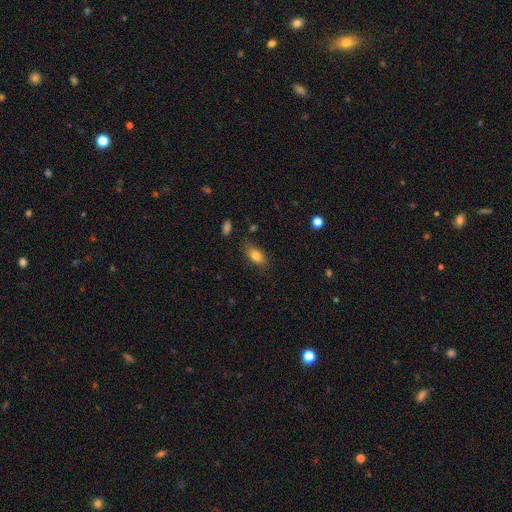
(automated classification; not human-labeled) smooth 80%, featured or disk 11%, star or artifact 9%. Down the decision tree: how rounded — in between (86%); merging — none (77%).